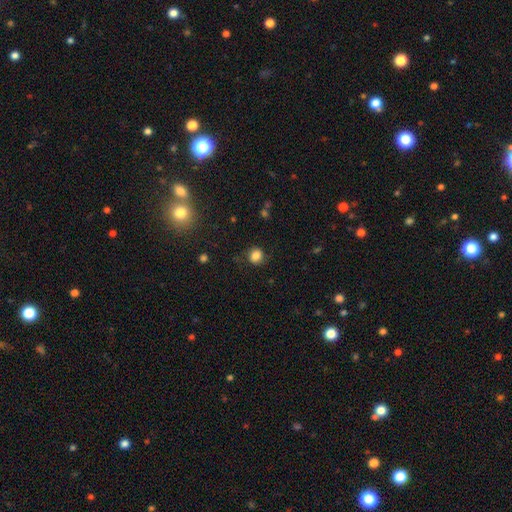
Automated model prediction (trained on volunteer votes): The model was most divided on "merging": none: 77%, minor disturbance: 16%, major disturbance: 6%, merger: 1%. More confident: how rounded — round (83%); smooth or featured — smooth (80%).